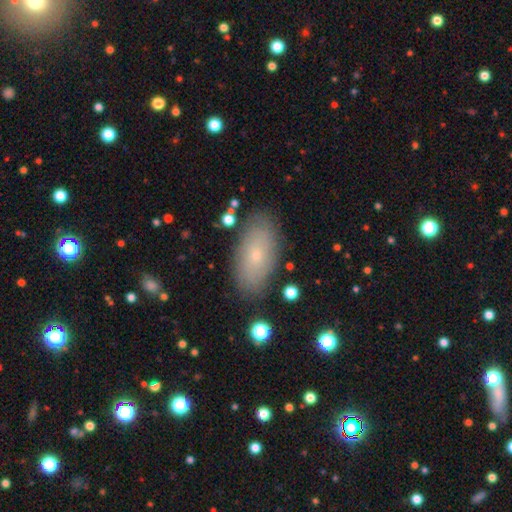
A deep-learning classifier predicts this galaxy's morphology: A smooth galaxy with no disk features (57%) that is in between round and cigar-shaped (92%).

Vote fractions:
- Smooth or featured? smooth: 57% / featured or disk: 34% / star or artifact: 9%
- How rounded? in between: 92% / cigar-shaped: 4% / round: 4%
- Merging? none: 83% / minor disturbance: 12% / major disturbance: 3% / merger: 2%